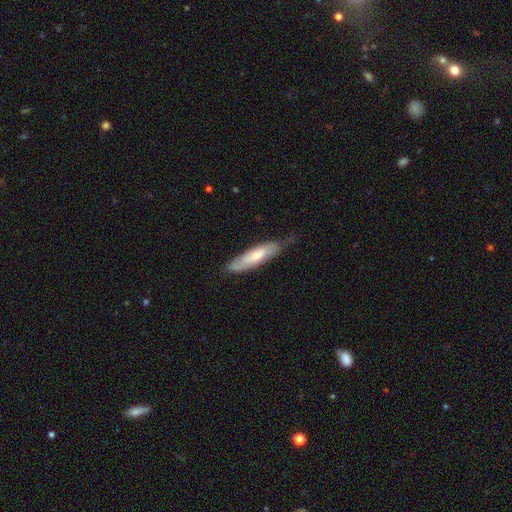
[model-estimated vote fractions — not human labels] smooth_or_featured: smooth (p=0.57) [alt: featured or disk p=0.38]
how_rounded: cigar-shaped (p=0.68) [alt: in between p=0.31]
merging: none (p=0.65) [alt: minor disturbance p=0.27]